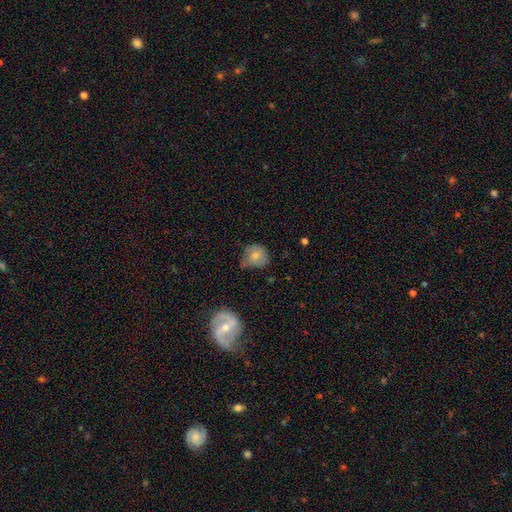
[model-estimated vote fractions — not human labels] A smooth galaxy with no disk features (69%) that is round (75%). Merging: none (47%).